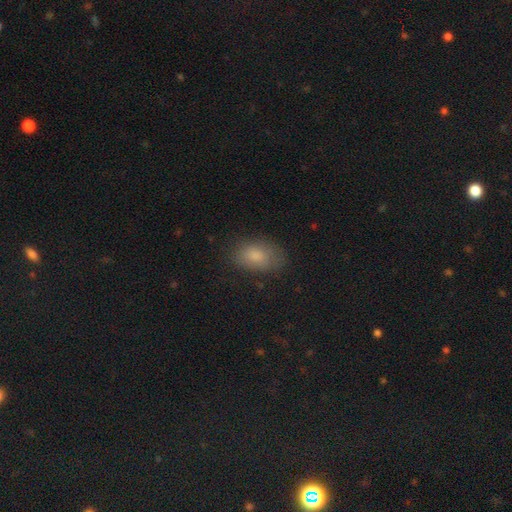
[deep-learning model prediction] Smooth or featured: smooth — 82% (featured or disk — 9%)
How rounded: in between — 87% (round — 11%)
Merging: none — 74% (minor disturbance — 18%)